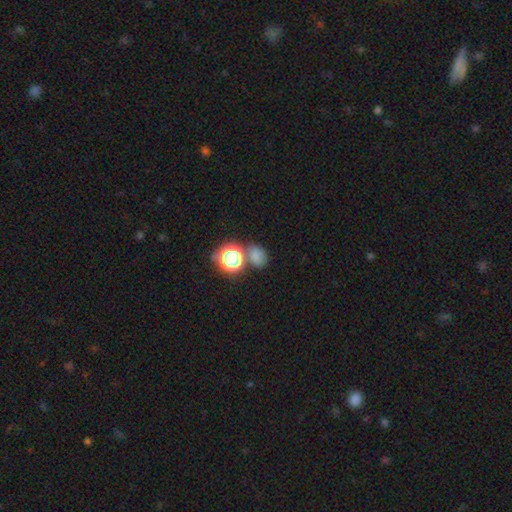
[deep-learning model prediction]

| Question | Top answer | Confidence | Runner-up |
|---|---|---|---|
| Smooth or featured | smooth | 66% | star or artifact (27%) |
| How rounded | round | 52% | in between (47%) |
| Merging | none | 61% | merger (21%) |